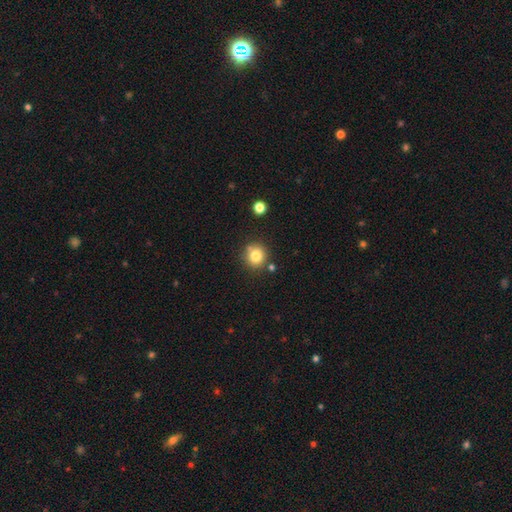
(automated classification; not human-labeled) Smooth or featured: smooth — 80% (star or artifact — 12%)
How rounded: round — 89% (in between — 10%)
Merging: none — 78% (minor disturbance — 10%)